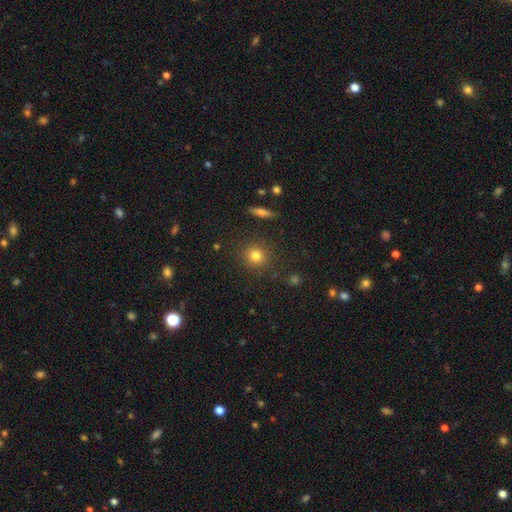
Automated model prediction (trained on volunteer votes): Overall: smooth (80%). How rounded: round (90%). Merging: none (88%).